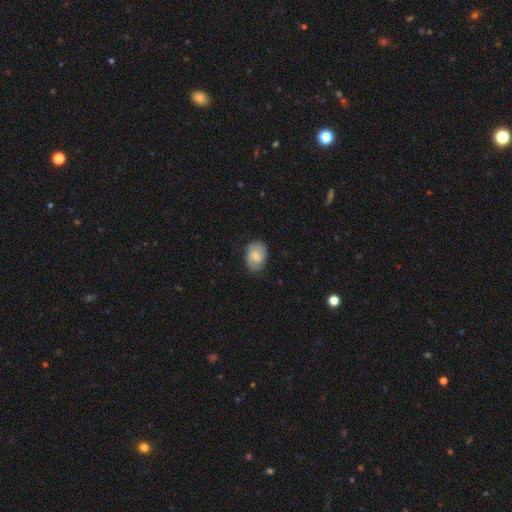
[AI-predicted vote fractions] The model was most divided on "smooth or featured": smooth: 57%, featured or disk: 36%, star or artifact: 7%. More confident: how rounded — in between (78%); merging — none (70%).